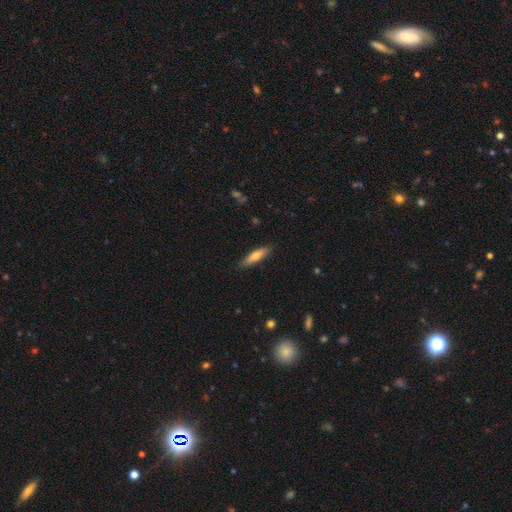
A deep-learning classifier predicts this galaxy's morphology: Overall: smooth (68%). How rounded: cigar-shaped (78%). Merging: none (86%).